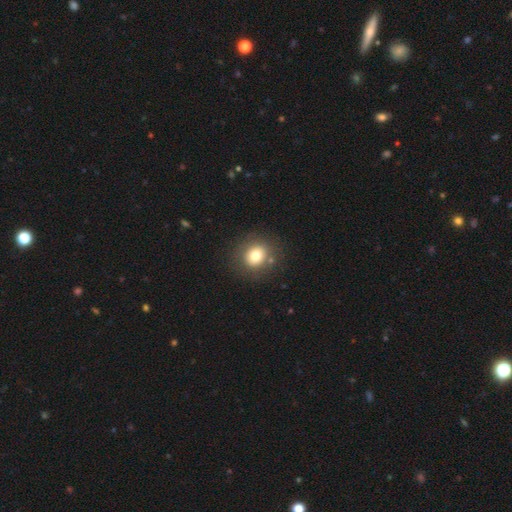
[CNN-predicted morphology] Smooth or featured? smooth (75%)
How rounded? round (76%)
Merging? none (84%)